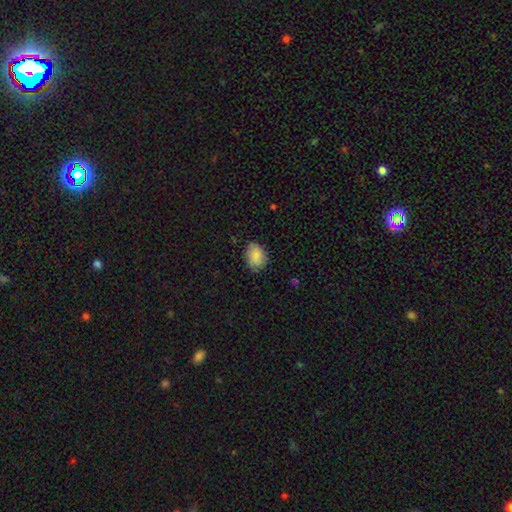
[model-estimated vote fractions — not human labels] Morphology: type=smooth (86%); roundness=in between (75%); merging=none (78%).